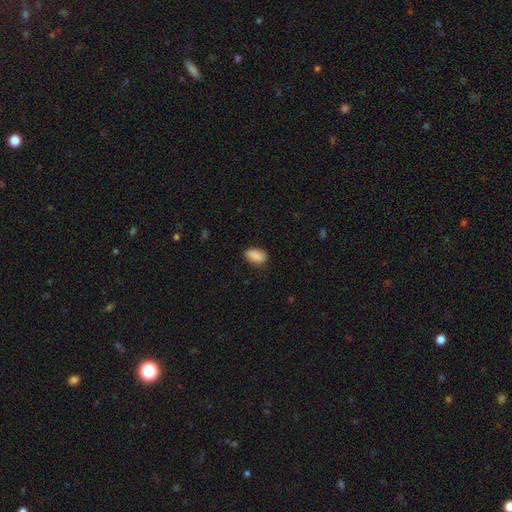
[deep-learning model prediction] Smooth or featured? Predicted: smooth (p=0.89). How rounded? Predicted: in between (p=0.91). Merging? Predicted: none (p=0.82).